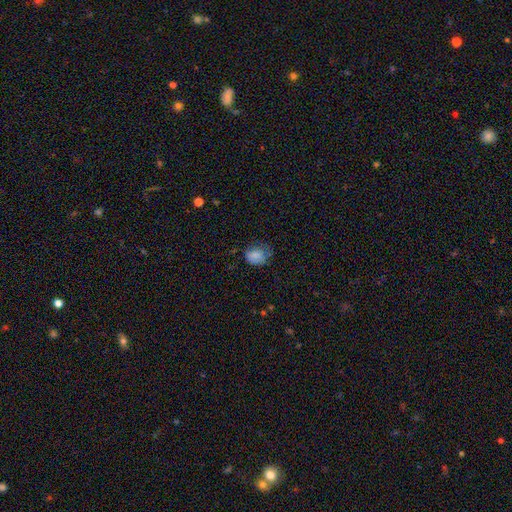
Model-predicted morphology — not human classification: Smooth or featured? smooth (77%)
How rounded? in between (58%)
Merging? none (47%)